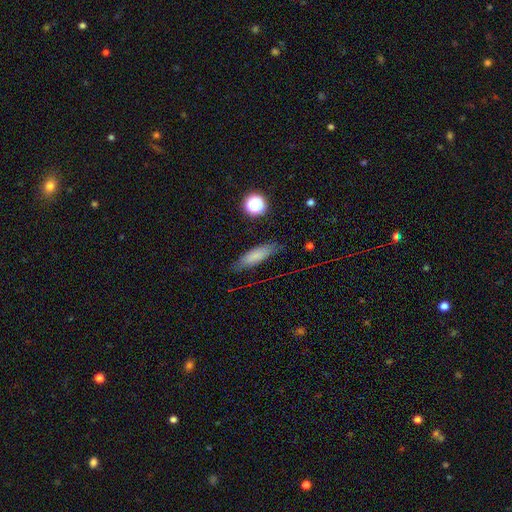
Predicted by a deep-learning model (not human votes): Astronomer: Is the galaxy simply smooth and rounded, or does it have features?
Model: smooth — 76%.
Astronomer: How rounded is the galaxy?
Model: in between — 48%, tied with cigar-shaped at 48%.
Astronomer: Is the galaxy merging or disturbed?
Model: none — 78%.